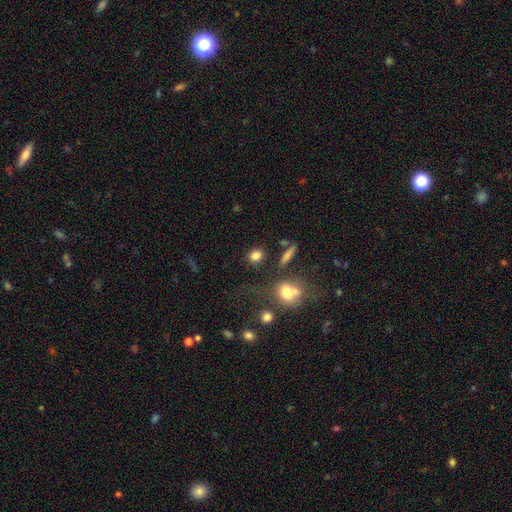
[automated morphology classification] Overall: smooth (81%). How rounded: round (65%; in between 32%). Merging: none (78%).